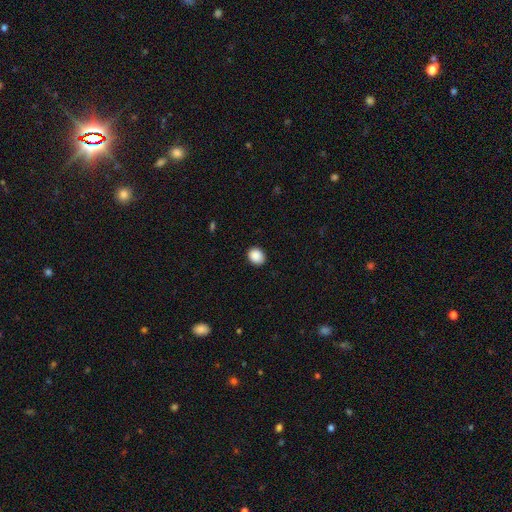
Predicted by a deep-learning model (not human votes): smooth_or_featured: smooth (p=0.90) [alt: star or artifact p=0.08]
how_rounded: round (p=0.59) [alt: in between p=0.40]
merging: none (p=0.90) [alt: minor disturbance p=0.07]